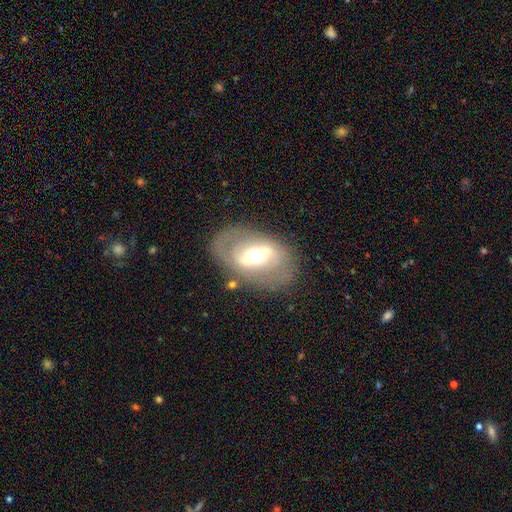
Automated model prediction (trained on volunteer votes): A featured or disk galaxy (67%) with a strong bar (46%), no spiral arms (57%) and a moderate central bulge (62%).

Vote fractions:
- Smooth or featured? featured or disk: 67% / smooth: 26% / star or artifact: 7%
- Edge-on disk? no: 90% / yes: 10%
- Bar? strong: 46% / weak: 35% / no: 19%
- Spiral arms? no: 57% / yes: 43%
- Bulge size? moderate: 62% / large: 24% / small: 10% / dominant: 3% / none: 1%
- Merging? none: 75% / minor disturbance: 14% / major disturbance: 9% / merger: 2%